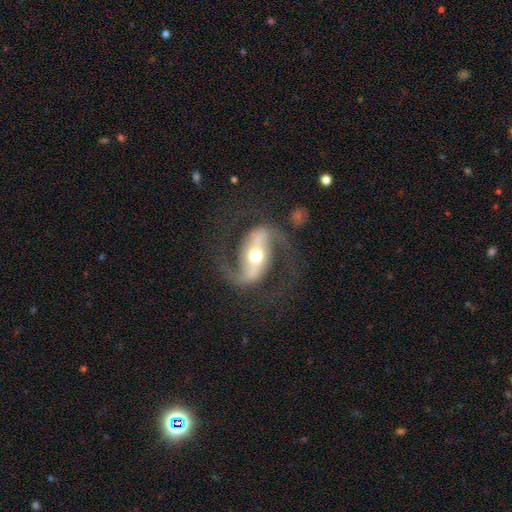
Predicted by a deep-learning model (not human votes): smooth_or_featured: featured or disk (p=0.90) [alt: smooth p=0.06]
disk_edge_on: no (p=0.96) [alt: yes p=0.04]
bar: strong (p=0.61) [alt: weak p=0.23]
has_spiral_arms: yes (p=0.96) [alt: no p=0.04]
spiral_winding: loose (p=0.46) [alt: medium p=0.45]
spiral_arm_count: 2 (p=0.94) [alt: 1 p=0.02]
bulge_size: moderate (p=0.71) [alt: large p=0.15]
merging: none (p=0.75) [alt: minor disturbance p=0.12]